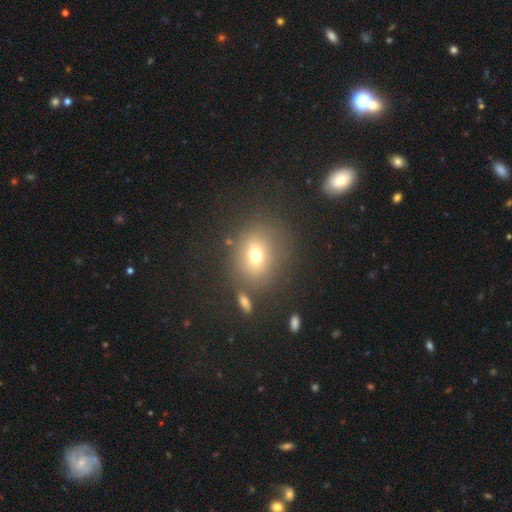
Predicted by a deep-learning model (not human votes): A smooth galaxy with no disk features (68%) that is round (63%).

Vote fractions:
- Smooth or featured? smooth: 68% / star or artifact: 16% / featured or disk: 16%
- How rounded? round: 63% / in between: 36% / cigar-shaped: 1%
- Merging? none: 73% / minor disturbance: 13% / merger: 7% / major disturbance: 7%